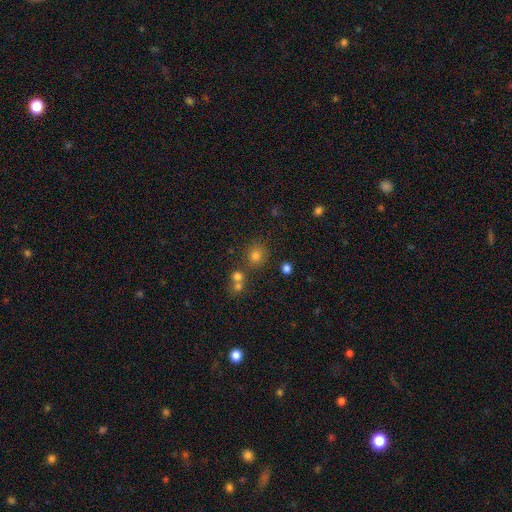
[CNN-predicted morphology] Q: Smooth or featured?
A: smooth (75%); runner-up: star or artifact (17%)
Q: How rounded?
A: round (85%); runner-up: in between (14%)
Q: Merging?
A: none (71%); runner-up: merger (16%)